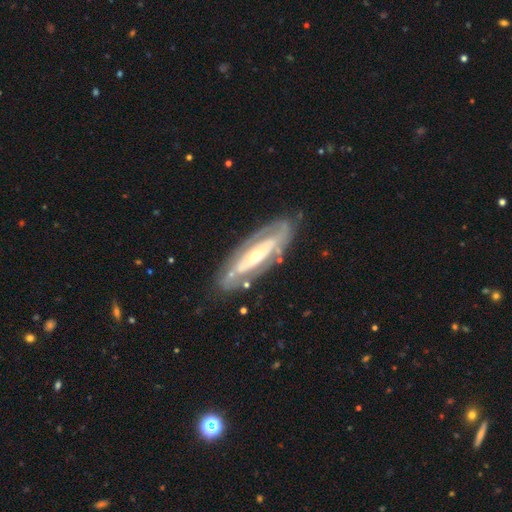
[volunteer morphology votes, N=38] type=featured or disk (87%); edge-on=no (88%); bar=no (48%); spiral arms=yes (72%); winding=tight (43%); arm count=2 (52%); bulge=small (59%); merging=none (86%).